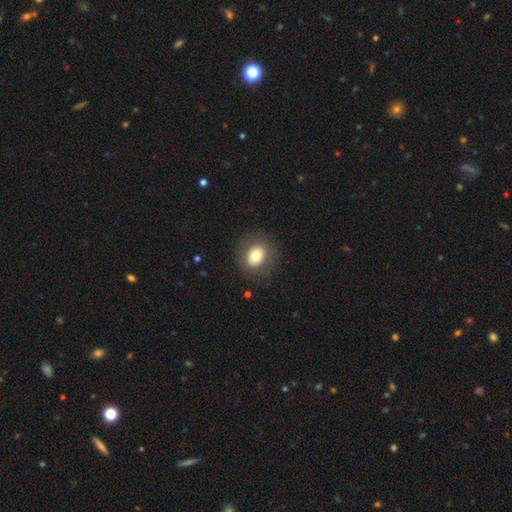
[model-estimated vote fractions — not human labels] Morphology: type=smooth (74%); roundness=round (68%); merging=none (84%).